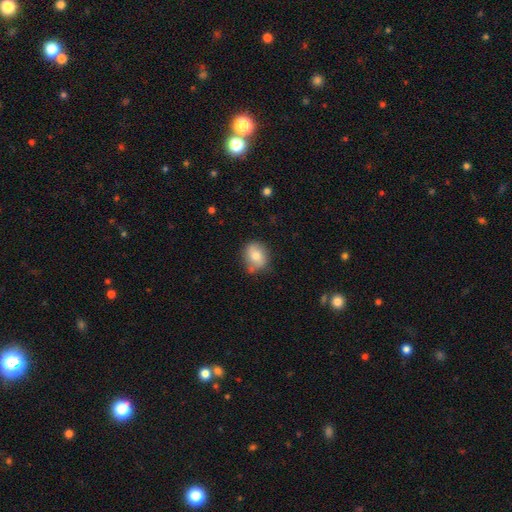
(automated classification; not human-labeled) smooth-or-featured: smooth: 75% | featured or disk: 17% | star or artifact: 8%
  how-rounded: round: 56% | in between: 43% | cigar-shaped: 1%
  merging: none: 70% | minor disturbance: 21% | merger: 5% | major disturbance: 4%